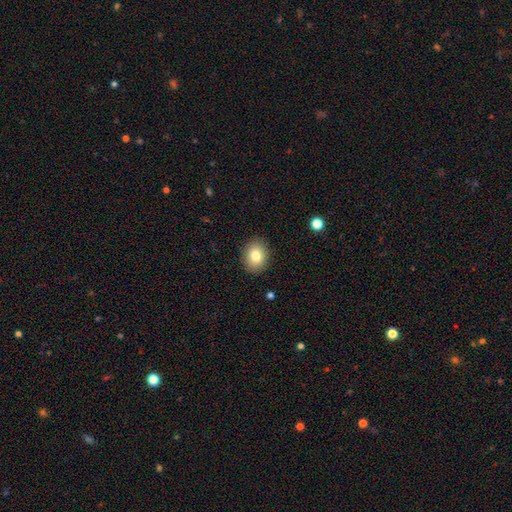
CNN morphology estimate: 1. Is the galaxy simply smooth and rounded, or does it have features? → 82% smooth, 9% featured or disk, 9% star or artifact.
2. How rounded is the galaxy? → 56% in between, 43% round, 1% cigar-shaped.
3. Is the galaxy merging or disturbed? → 89% none, 8% minor disturbance, 2% major disturbance, 1% merger.